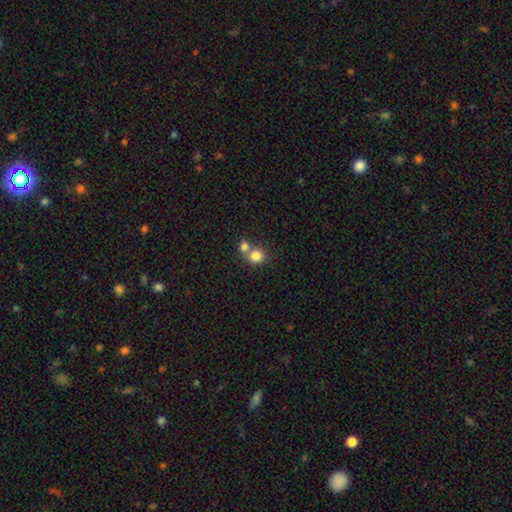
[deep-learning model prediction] Q: Smooth or featured?
A: smooth (82%); runner-up: star or artifact (10%)
Q: How rounded?
A: round (83%); runner-up: in between (16%)
Q: Merging?
A: merger (48%); runner-up: none (43%)